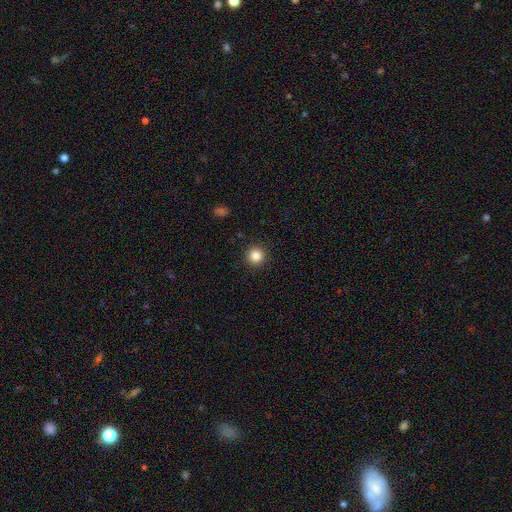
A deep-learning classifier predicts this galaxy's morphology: Smooth or featured? smooth (85%)
How rounded? round (95%)
Merging? none (92%)